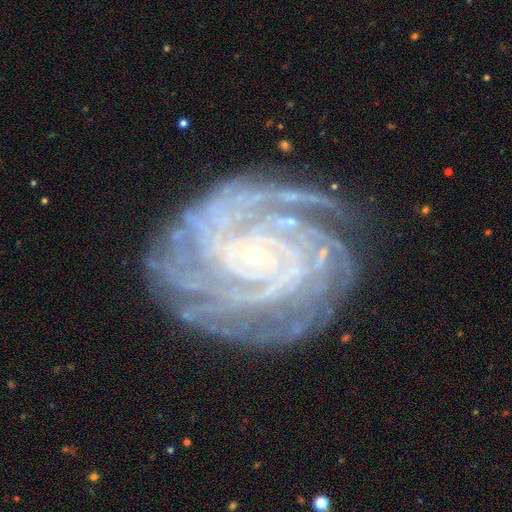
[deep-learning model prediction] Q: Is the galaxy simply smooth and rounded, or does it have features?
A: featured or disk — 91%.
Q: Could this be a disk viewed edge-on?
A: no — 97%.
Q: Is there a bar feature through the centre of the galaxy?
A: no — 68%.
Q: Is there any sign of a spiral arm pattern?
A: yes — 98%.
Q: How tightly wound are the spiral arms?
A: tight — 83%.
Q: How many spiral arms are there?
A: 4 — 25%.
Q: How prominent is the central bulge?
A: small — 89%.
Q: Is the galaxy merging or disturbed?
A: none — 78%.